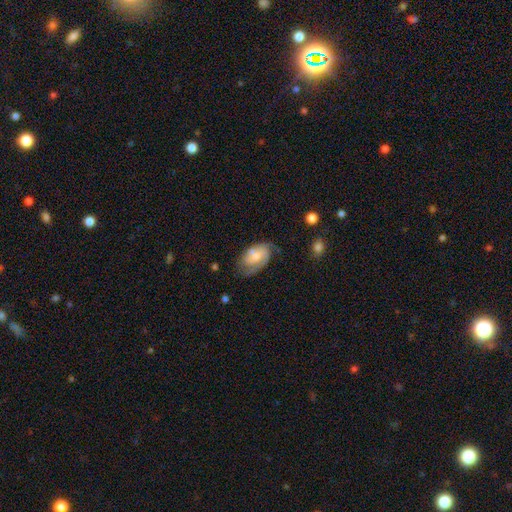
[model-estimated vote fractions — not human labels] Q: Smooth or featured?
A: featured or disk (62%); runner-up: smooth (31%)
Q: Edge-on disk?
A: no (96%); runner-up: yes (4%)
Q: Bar?
A: no (59%); runner-up: weak (35%)
Q: Spiral arms?
A: yes (84%); runner-up: no (16%)
Q: Spiral winding?
A: medium (43%); runner-up: tight (38%)
Q: Spiral arm count?
A: 2 (53%); runner-up: can't tell (23%)
Q: Bulge size?
A: small (46%); runner-up: moderate (43%)
Q: Merging?
A: none (52%); runner-up: minor disturbance (29%)